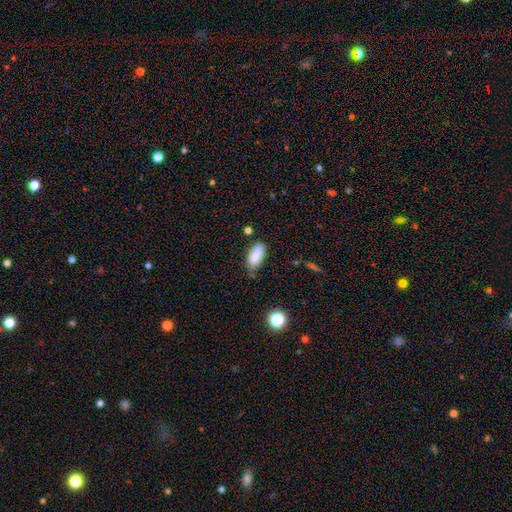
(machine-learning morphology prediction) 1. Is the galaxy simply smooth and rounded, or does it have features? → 82% smooth, 10% featured or disk, 8% star or artifact.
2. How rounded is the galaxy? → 86% in between, 11% cigar-shaped, 3% round.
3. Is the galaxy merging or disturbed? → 58% none, 31% minor disturbance, 6% major disturbance, 4% merger.